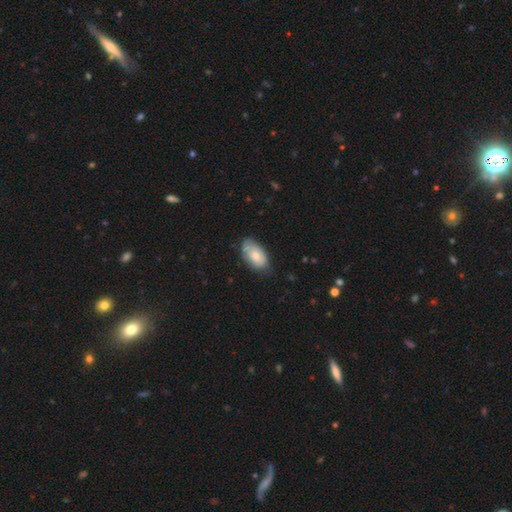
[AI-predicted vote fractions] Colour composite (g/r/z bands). It shows a smooth galaxy with no disk features (74%) that is in between round and cigar-shaped (94%). Merging: none (67%).